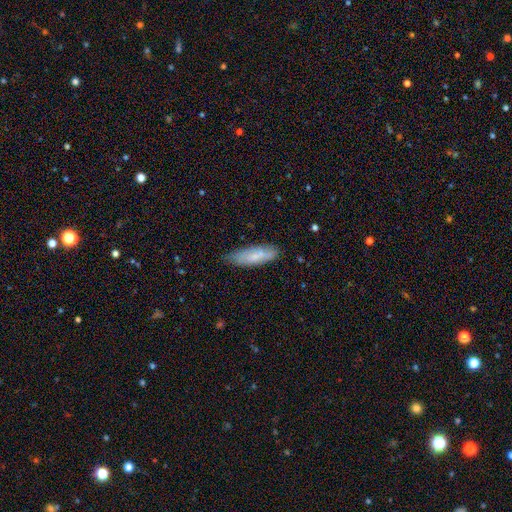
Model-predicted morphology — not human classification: Smooth or featured: smooth — 68% (featured or disk — 25%)
How rounded: cigar-shaped — 53% (in between — 45%)
Merging: none — 72% (minor disturbance — 22%)